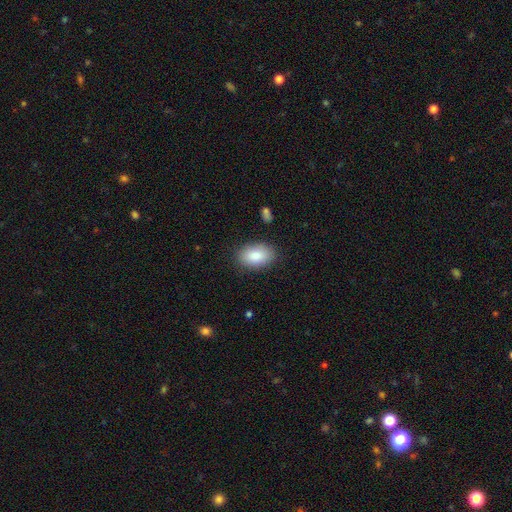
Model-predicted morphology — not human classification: A smooth galaxy with no disk features (86%) that is in between round and cigar-shaped (91%).

Vote fractions:
- Smooth or featured? smooth: 86% / featured or disk: 8% / star or artifact: 7%
- How rounded? in between: 91% / round: 7% / cigar-shaped: 1%
- Merging? none: 85% / minor disturbance: 11% / major disturbance: 3% / merger: 1%